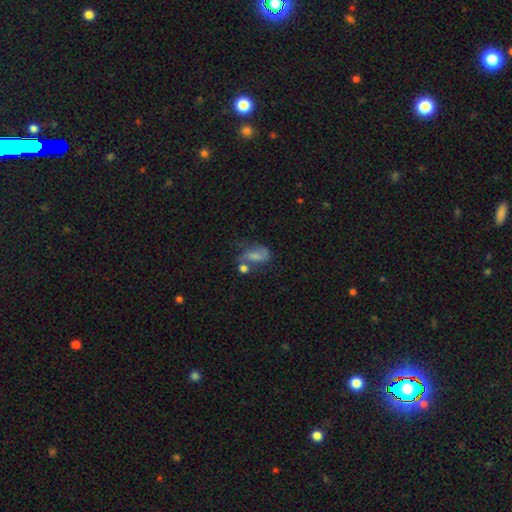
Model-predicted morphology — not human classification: This appears to be a smooth galaxy with no disk features (49%). Merging: none (31%).